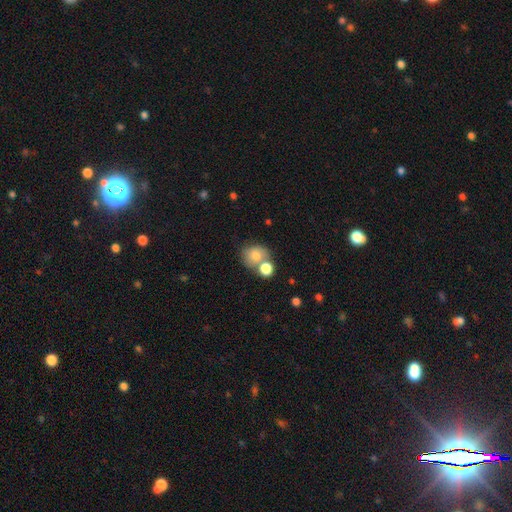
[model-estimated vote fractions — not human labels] Smooth or featured: smooth — 77% (featured or disk — 13%)
How rounded: round — 70% (in between — 29%)
Merging: none — 47% (merger — 36%)